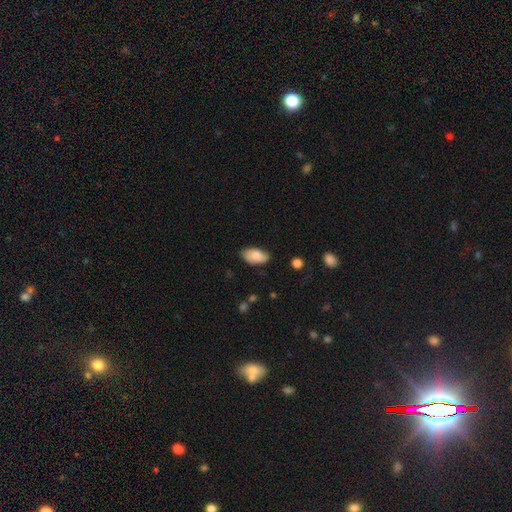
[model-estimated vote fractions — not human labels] Overall: smooth (85%). How rounded: in between (94%). Merging: none (73%).